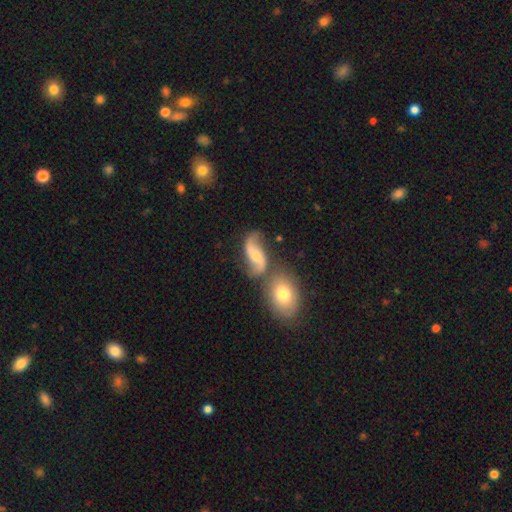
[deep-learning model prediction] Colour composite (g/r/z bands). It shows a featured or disk galaxy (79%) with a weak bar (42%), 2 (92%) loose (76%) spiral arms (95%) and a small central bulge (40%). Merging: none (53%).